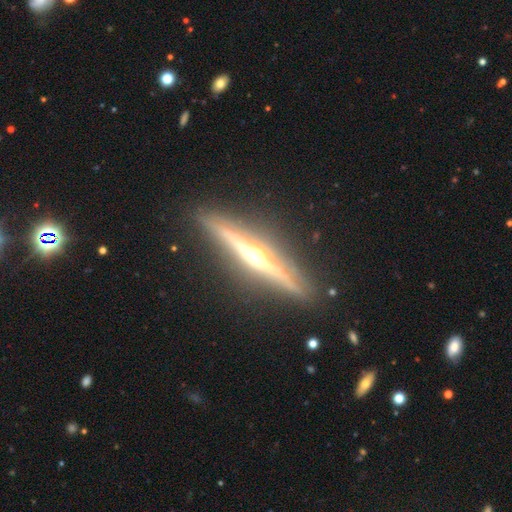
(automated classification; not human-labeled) The model was most divided on "smooth or featured": featured or disk: 85%, smooth: 9%, star or artifact: 6%. More confident: edge-on disk — yes (98%); edge-on bulge — rounded (93%); merging — none (90%).